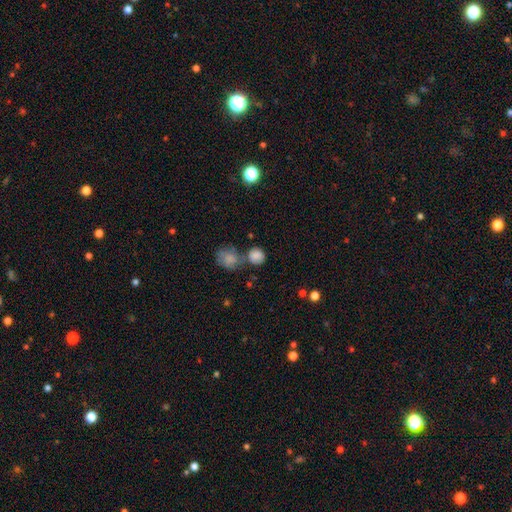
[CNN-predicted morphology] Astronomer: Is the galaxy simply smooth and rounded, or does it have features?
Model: smooth — 82%.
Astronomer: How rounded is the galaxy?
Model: round — 80%.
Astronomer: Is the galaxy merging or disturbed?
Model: none — 47% (runner-up: merger, 33%).